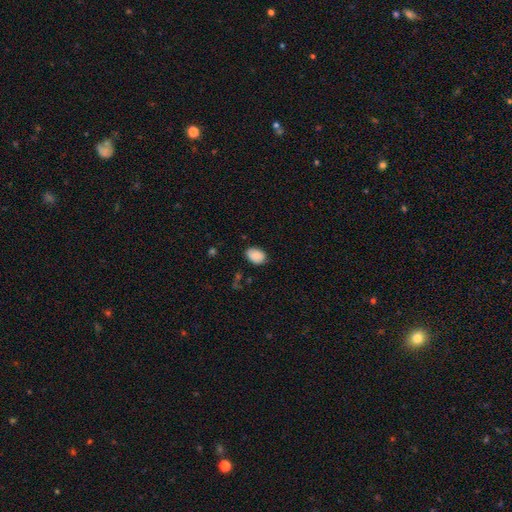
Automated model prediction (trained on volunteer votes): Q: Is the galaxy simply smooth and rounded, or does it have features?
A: smooth — 89%.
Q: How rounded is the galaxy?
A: in between — 81%.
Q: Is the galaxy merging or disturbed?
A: none — 79%.